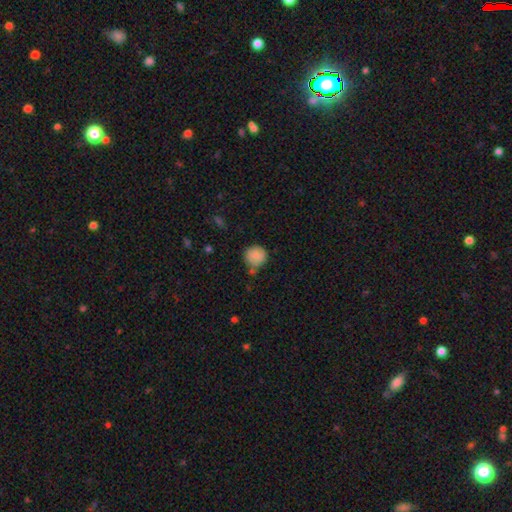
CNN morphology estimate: This is clearly a smooth galaxy (85%). How rounded: clearly round (88%). Merging: likely none (68%).